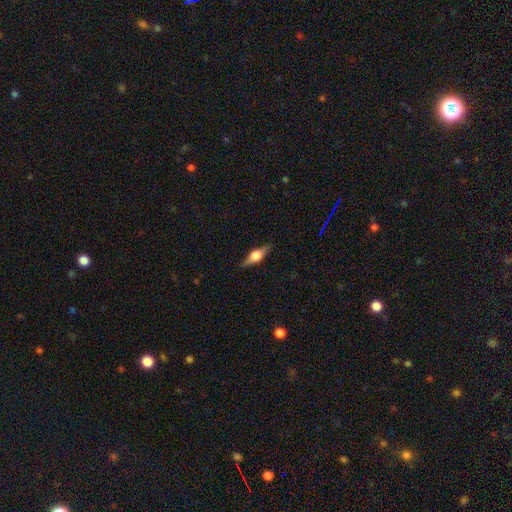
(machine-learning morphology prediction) featured or disk 67%, smooth 26%, star or artifact 7%. Down the decision tree: edge-on disk — yes (96%); edge-on bulge — rounded (90%); merging — none (88%).